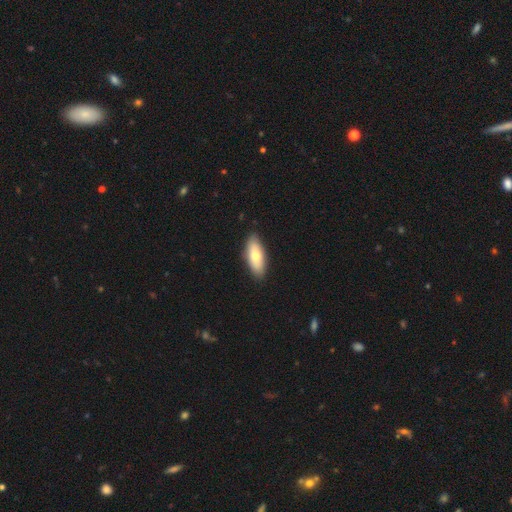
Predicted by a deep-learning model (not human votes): A smooth galaxy with no disk features (71%) that is in between round and cigar-shaped (79%).

Vote fractions:
- Smooth or featured? smooth: 71% / featured or disk: 23% / star or artifact: 6%
- How rounded? in between: 79% / cigar-shaped: 19% / round: 2%
- Merging? none: 88% / minor disturbance: 9% / major disturbance: 2% / merger: 1%